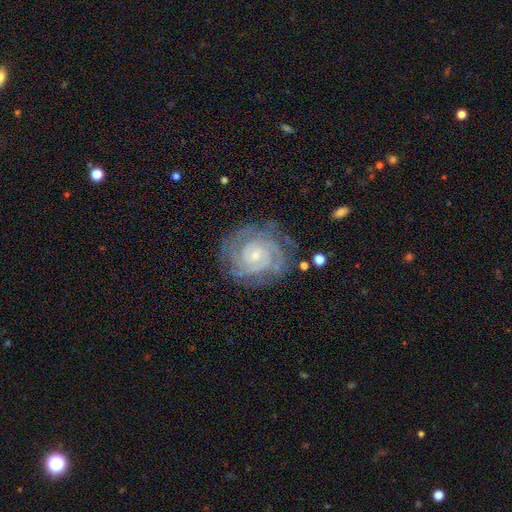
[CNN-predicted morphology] The model was most divided on "spiral arm count": 2: 43%, 3: 22%, can't tell: 16%, 4: 9%, more than 4: 5%, 1: 5%. More confident: spiral arms — yes (98%); edge-on disk — no (98%); smooth or featured — featured or disk (90%); spiral winding — tight (81%); merging — none (76%); bulge size — small (68%); bar — no (61%).